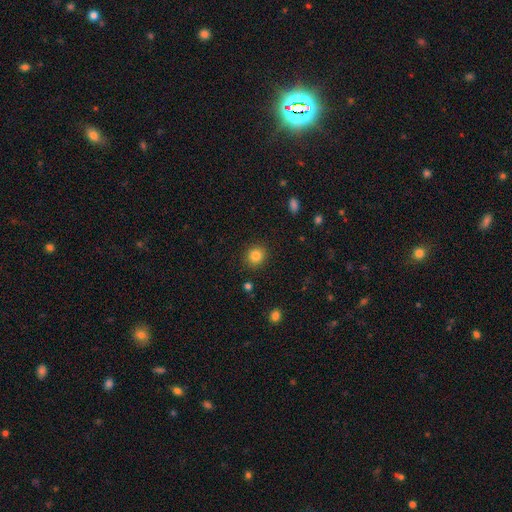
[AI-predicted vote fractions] This appears to be a smooth galaxy with no disk features (84%) that is round (83%). Merging: none (90%).